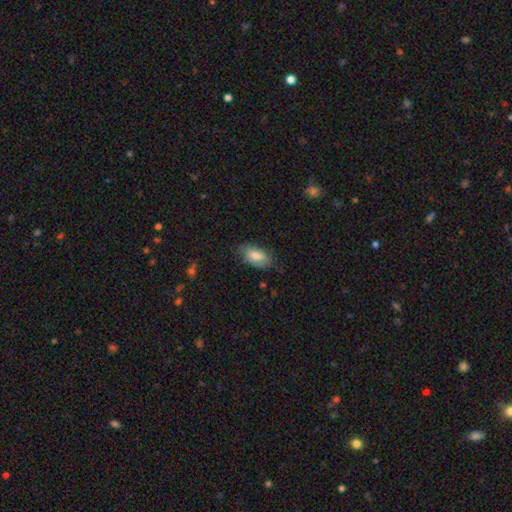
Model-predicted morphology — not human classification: This appears to be a smooth galaxy with no disk features (74%) that is in between round and cigar-shaped (91%). Merging: none (72%).